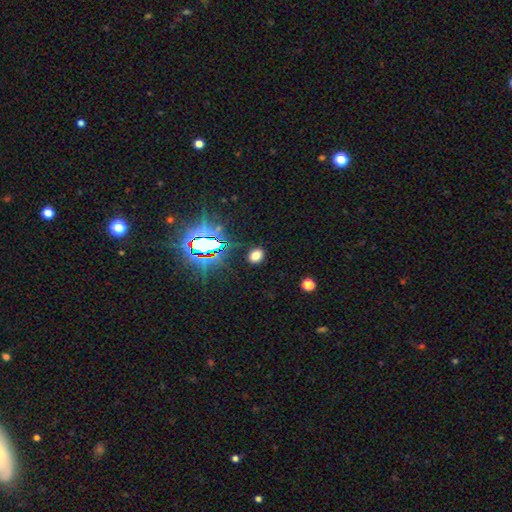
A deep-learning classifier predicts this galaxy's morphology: Smooth or featured? smooth (69%)
How rounded? in between (59%)
Merging? none (87%)